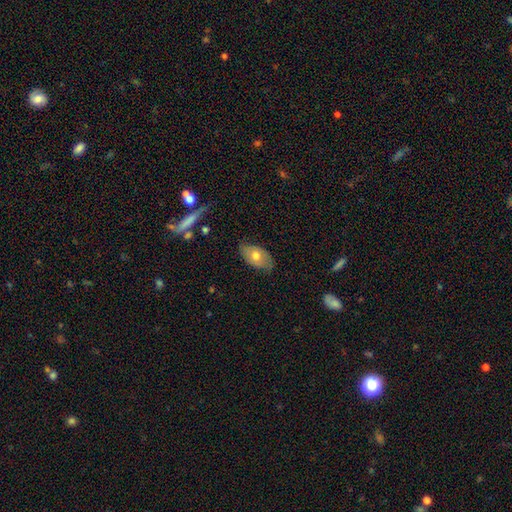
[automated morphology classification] Overall: smooth (64%; featured or disk 29%). How rounded: in between (92%). Merging: none (72%).